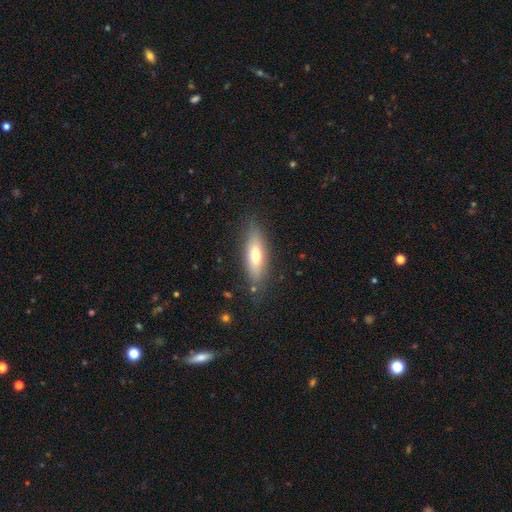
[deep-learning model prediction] Q: Smooth or featured?
A: smooth (62%); runner-up: featured or disk (31%)
Q: How rounded?
A: in between (52%); runner-up: cigar-shaped (45%)
Q: Merging?
A: none (80%); runner-up: minor disturbance (14%)